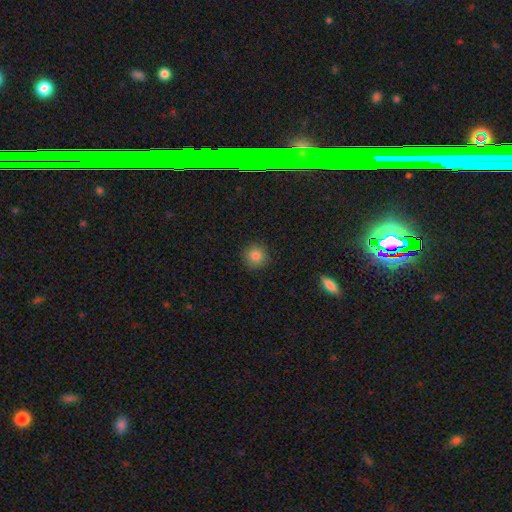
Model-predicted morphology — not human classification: Overall: smooth (83%). How rounded: round (94%). Merging: none (91%).